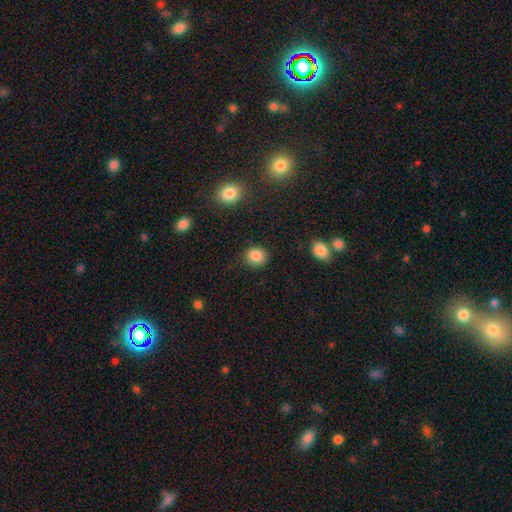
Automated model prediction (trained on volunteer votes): smooth 86%, star or artifact 9%, featured or disk 4%. Down the decision tree: how rounded — round (83%); merging — none (88%).